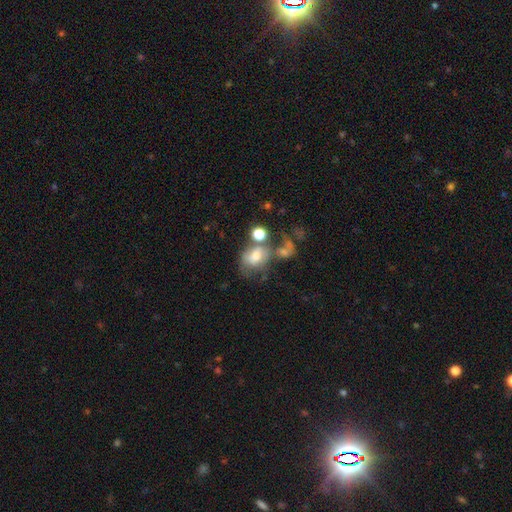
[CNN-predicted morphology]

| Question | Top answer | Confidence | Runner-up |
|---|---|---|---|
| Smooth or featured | smooth | 58% | featured or disk (30%) |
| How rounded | in between | 60% | round (39%) |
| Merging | merger | 34% | major disturbance (25%) |